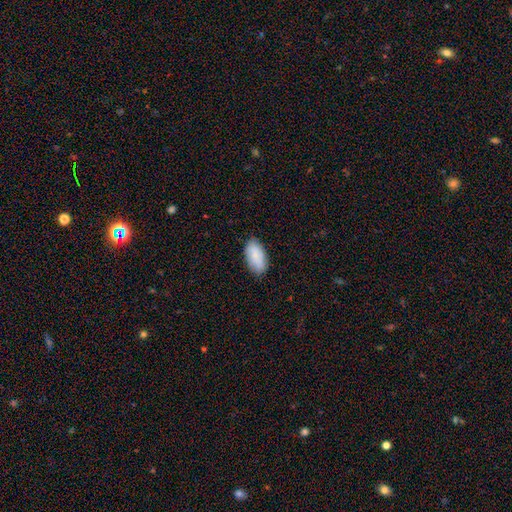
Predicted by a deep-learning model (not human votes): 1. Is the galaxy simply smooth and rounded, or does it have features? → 86% smooth, 8% featured or disk, 6% star or artifact.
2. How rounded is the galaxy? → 94% in between, 3% cigar-shaped, 3% round.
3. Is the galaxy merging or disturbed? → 84% none, 13% minor disturbance, 2% major disturbance, 1% merger.